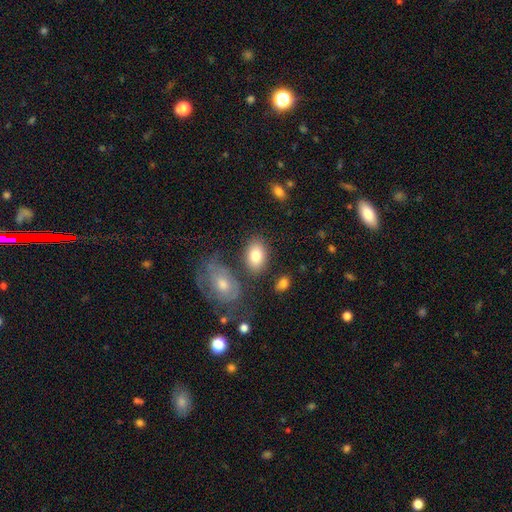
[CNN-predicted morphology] A smooth galaxy with no disk features (80%) that is in between round and cigar-shaped (84%). Merging: none (72%).